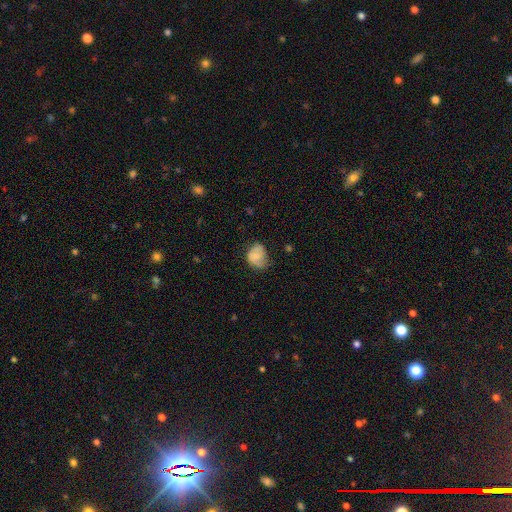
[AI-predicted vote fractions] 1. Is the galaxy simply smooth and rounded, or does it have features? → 62% smooth, 30% featured or disk, 8% star or artifact.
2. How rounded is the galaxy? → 51% in between, 48% round, 1% cigar-shaped.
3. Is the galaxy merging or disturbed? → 45% none, 38% minor disturbance, 15% major disturbance, 2% merger.